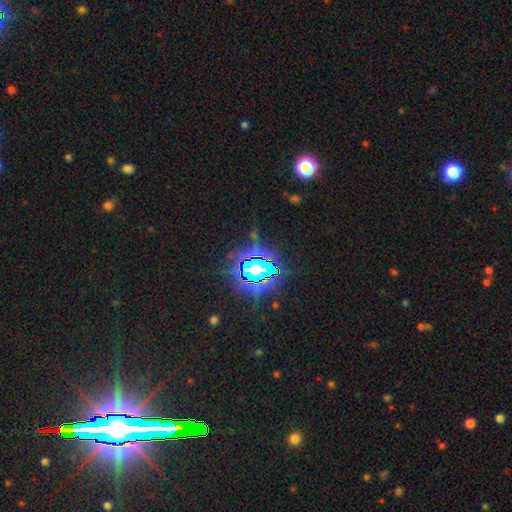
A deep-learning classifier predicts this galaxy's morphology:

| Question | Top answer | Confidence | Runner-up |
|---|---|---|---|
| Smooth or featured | star or artifact | 83% | smooth (9%) |